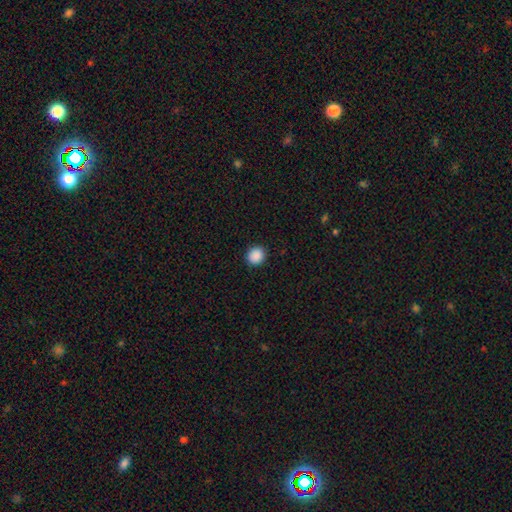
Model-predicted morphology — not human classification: smooth_or_featured: smooth (p=0.89) [alt: star or artifact p=0.09]
how_rounded: round (p=0.86) [alt: in between p=0.13]
merging: none (p=0.91) [alt: minor disturbance p=0.06]